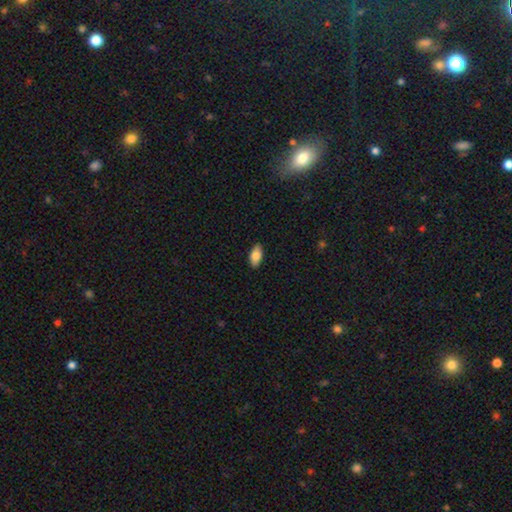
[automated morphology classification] Overall: smooth (83%). How rounded: in between (91%). Merging: none (87%).